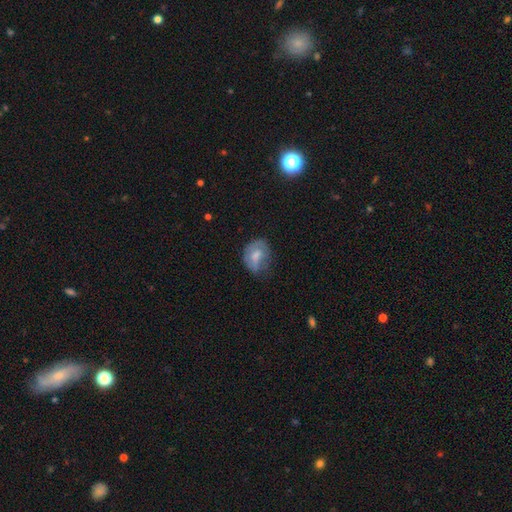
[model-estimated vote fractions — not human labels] Smooth or featured? smooth (57%)
How rounded? in between (57%)
Merging? none (47%)